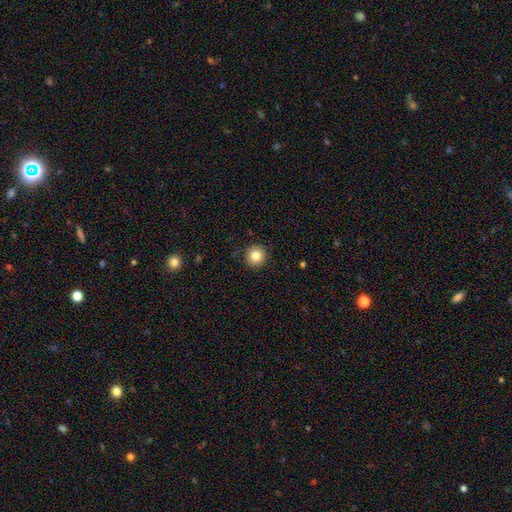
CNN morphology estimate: smooth 83%, star or artifact 10%, featured or disk 7%. Down the decision tree: how rounded — round (95%); merging — none (92%).